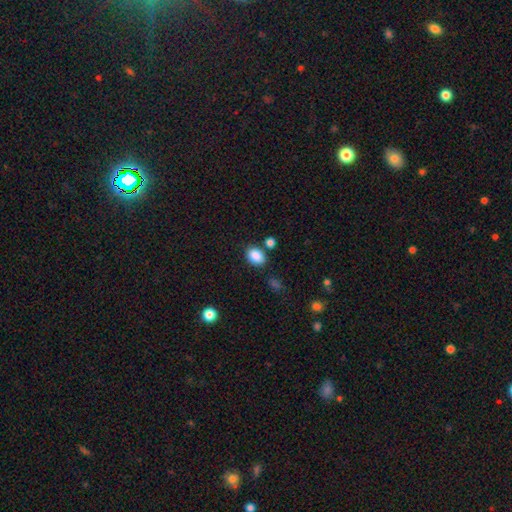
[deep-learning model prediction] A smooth galaxy with no disk features (87%) that is in between round and cigar-shaped (69%).

Vote fractions:
- Smooth or featured? smooth: 87% / star or artifact: 9% / featured or disk: 4%
- How rounded? in between: 69% / round: 30% / cigar-shaped: 1%
- Merging? none: 77% / minor disturbance: 12% / merger: 8% / major disturbance: 3%